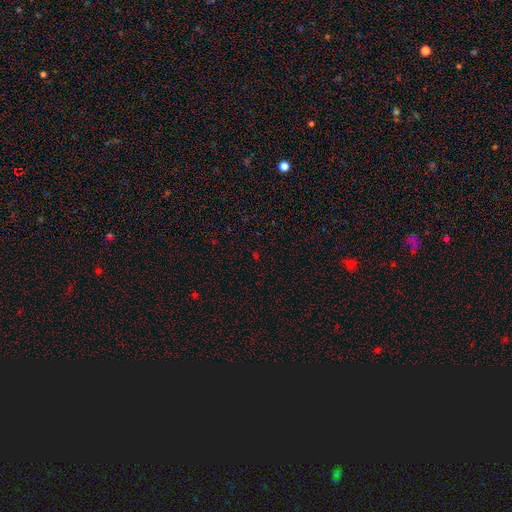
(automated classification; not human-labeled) Overall: star or artifact (64%; smooth 28%).